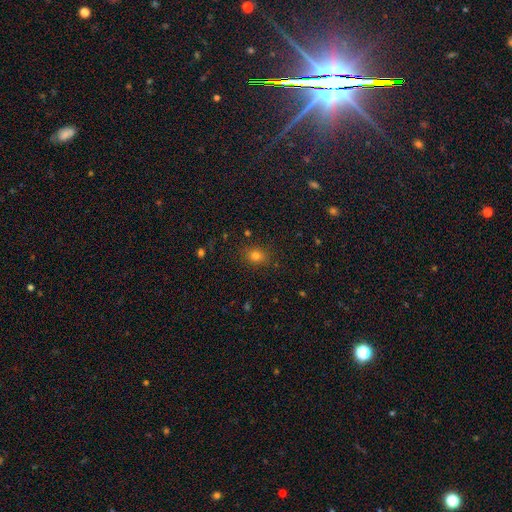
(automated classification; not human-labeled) A smooth galaxy with no disk features (77%) that is round (50%). Merging: none (86%).